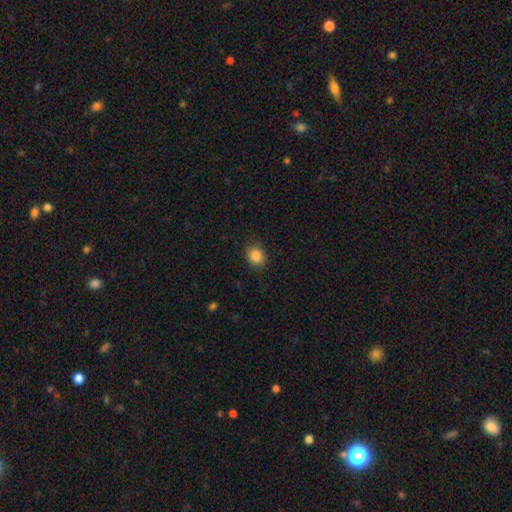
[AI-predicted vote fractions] This appears to be a smooth galaxy with no disk features (86%) that is round (57%). Merging: none (84%).